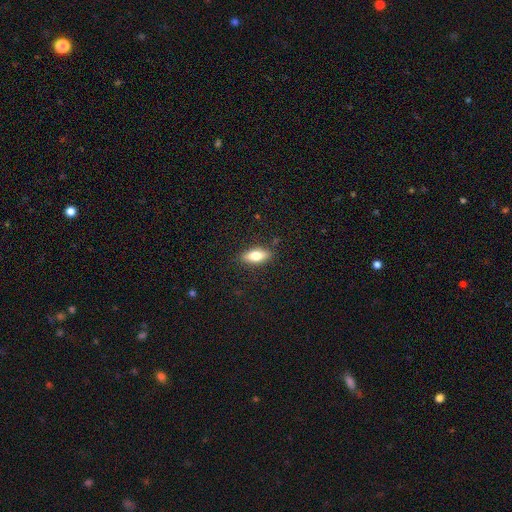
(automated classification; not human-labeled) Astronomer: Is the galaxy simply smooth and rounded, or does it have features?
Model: smooth — 73%.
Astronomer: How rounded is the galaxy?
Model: in between — 75%.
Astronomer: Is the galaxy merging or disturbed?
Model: none — 85%.